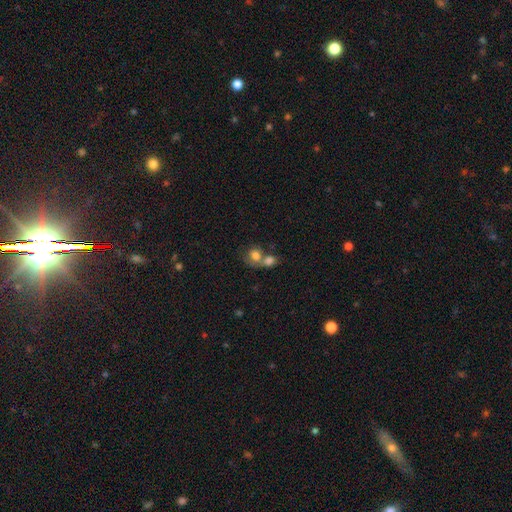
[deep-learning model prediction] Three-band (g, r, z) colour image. It shows a smooth galaxy with no disk features (76%) that is round (67%). Merging: merger (63%).